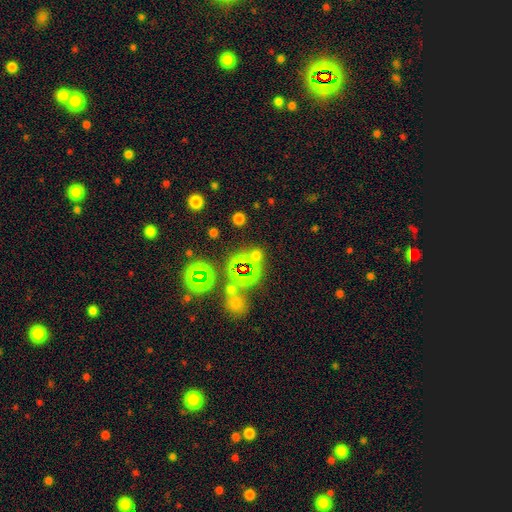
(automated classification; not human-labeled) Overall: star or artifact (49%; smooth 42%).